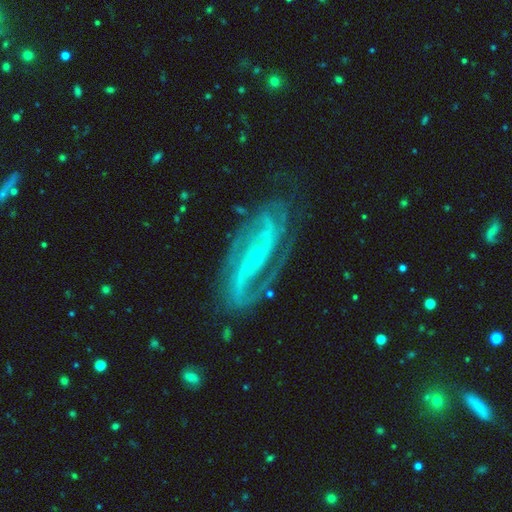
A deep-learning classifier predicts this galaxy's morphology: Q: Smooth or featured?
A: featured or disk (90%); runner-up: star or artifact (5%)
Q: Edge-on disk?
A: no (93%); runner-up: yes (7%)
Q: Bar?
A: no (39%); runner-up: strong (32%)
Q: Spiral arms?
A: yes (97%); runner-up: no (3%)
Q: Spiral winding?
A: medium (49%); runner-up: tight (29%)
Q: Spiral arm count?
A: 2 (72%); runner-up: 3 (9%)
Q: Bulge size?
A: small (85%); runner-up: moderate (12%)
Q: Merging?
A: none (70%); runner-up: minor disturbance (19%)